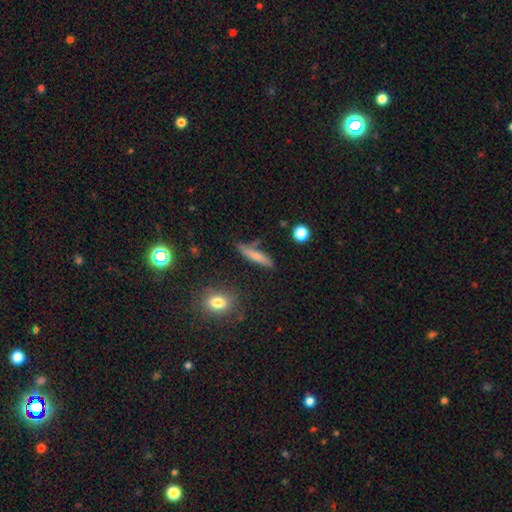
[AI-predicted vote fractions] Smooth or featured?
  - smooth: 67% *
  - featured or disk: 25%
  - star or artifact: 8%
How rounded?
  - cigar-shaped: 83% *
  - in between: 14%
  - round: 3%
Merging?
  - none: 69% *
  - minor disturbance: 19%
  - merger: 7%
  - major disturbance: 5%